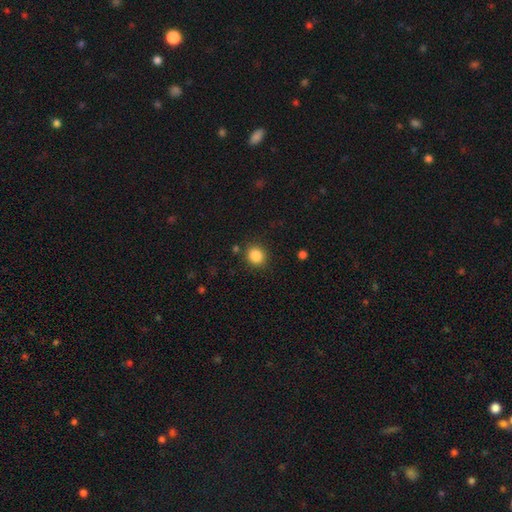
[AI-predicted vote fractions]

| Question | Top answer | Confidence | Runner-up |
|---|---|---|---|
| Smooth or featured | smooth | 86% | star or artifact (10%) |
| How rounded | round | 80% | in between (19%) |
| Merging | none | 87% | minor disturbance (8%) |